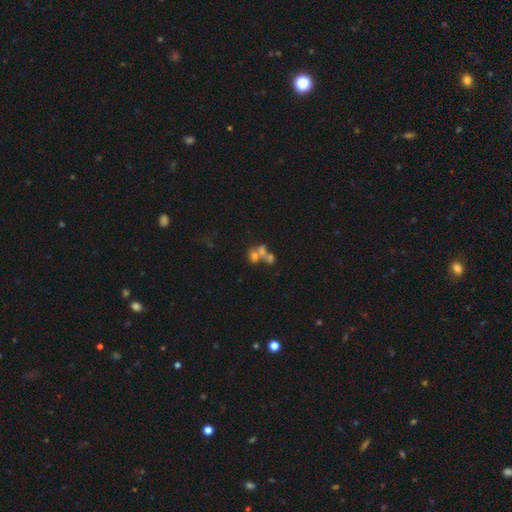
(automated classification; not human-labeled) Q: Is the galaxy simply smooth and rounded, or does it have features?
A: smooth — 44%.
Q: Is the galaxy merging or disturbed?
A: merger — 53%.